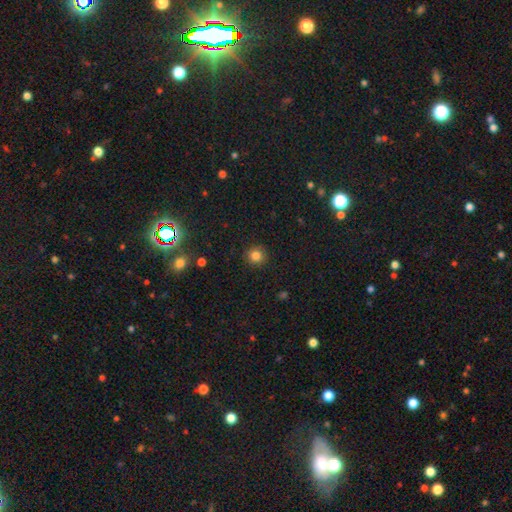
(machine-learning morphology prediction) Overall: smooth (82%). How rounded: round (93%). Merging: none (91%).